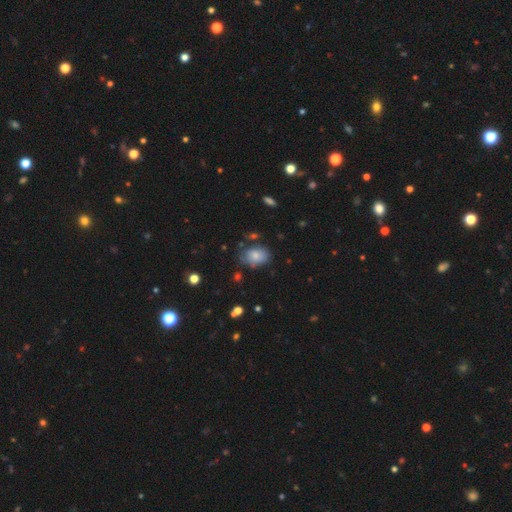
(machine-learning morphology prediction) Smooth or featured? Predicted: smooth (p=0.77). How rounded? Predicted: in between (p=0.76). Merging? Predicted: none (p=0.68).